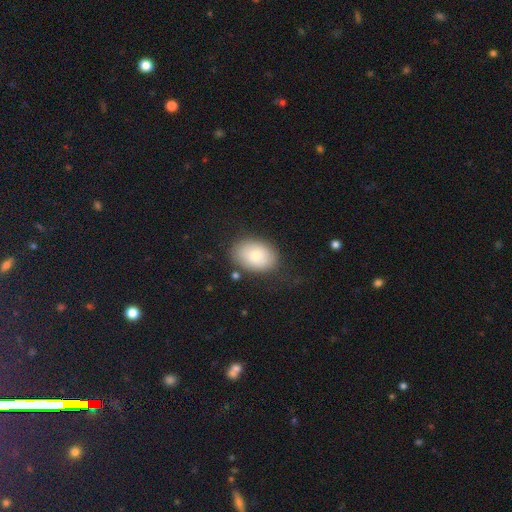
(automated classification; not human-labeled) smooth-or-featured: smooth: 76% | featured or disk: 16% | star or artifact: 7%
  how-rounded: in between: 79% | round: 20% | cigar-shaped: 1%
  merging: none: 76% | minor disturbance: 16% | major disturbance: 5% | merger: 3%